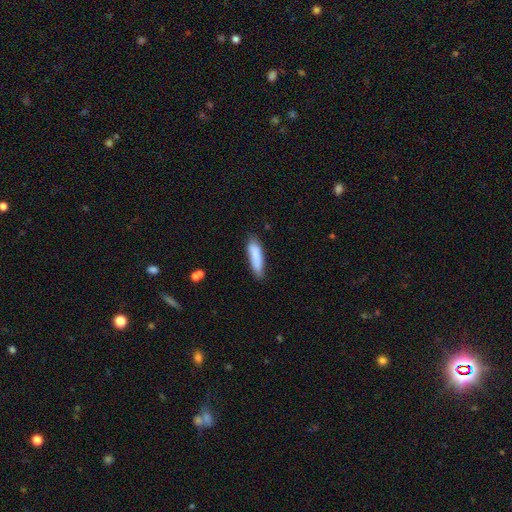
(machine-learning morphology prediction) Q: Smooth or featured?
A: smooth (84%); runner-up: featured or disk (10%)
Q: How rounded?
A: cigar-shaped (64%); runner-up: in between (35%)
Q: Merging?
A: none (70%); runner-up: minor disturbance (23%)